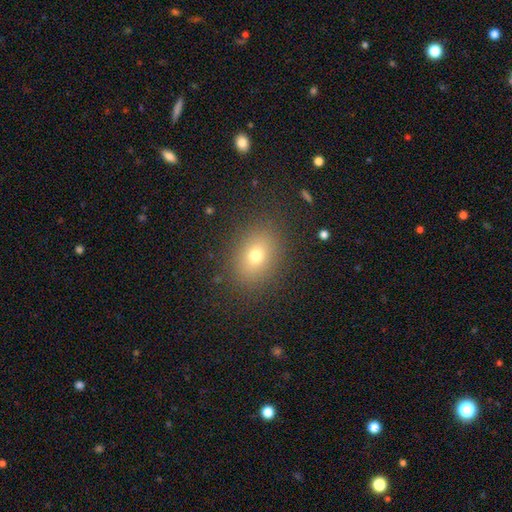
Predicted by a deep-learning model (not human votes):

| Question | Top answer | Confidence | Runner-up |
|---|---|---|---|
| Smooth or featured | smooth | 70% | star or artifact (15%) |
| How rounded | in between | 63% | round (36%) |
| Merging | none | 86% | minor disturbance (9%) |